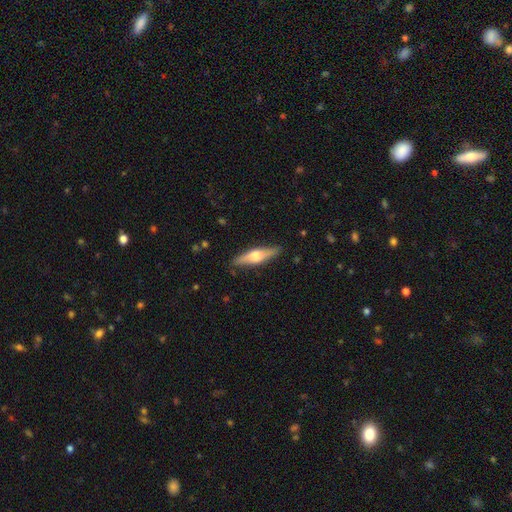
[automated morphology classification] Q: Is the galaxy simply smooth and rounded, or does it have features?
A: featured or disk — 59%.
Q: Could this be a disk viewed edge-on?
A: yes — 94%.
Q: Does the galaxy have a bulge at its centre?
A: rounded — 92%.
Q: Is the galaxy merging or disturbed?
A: none — 87%.